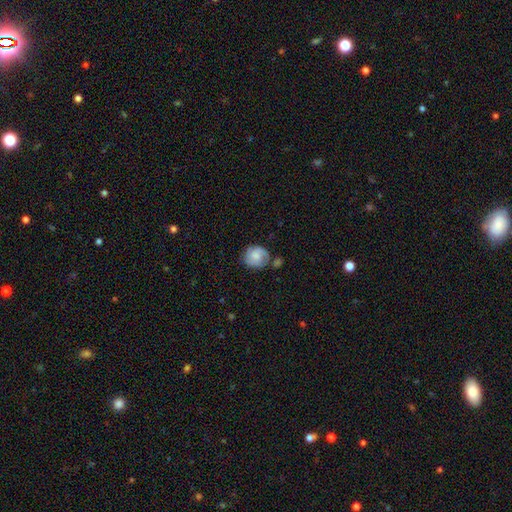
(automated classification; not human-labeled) Smooth or featured?
  - smooth: 48% *
  - featured or disk: 45%
  - star or artifact: 7%
Merging?
  - none: 56% *
  - minor disturbance: 24%
  - merger: 11%
  - major disturbance: 9%